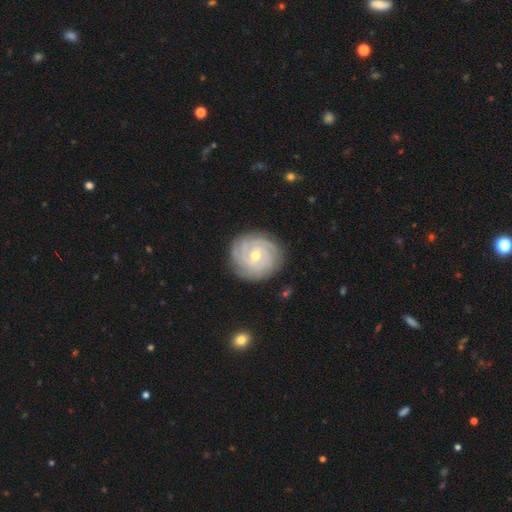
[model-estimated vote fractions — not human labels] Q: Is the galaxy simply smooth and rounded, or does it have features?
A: featured or disk — 87%.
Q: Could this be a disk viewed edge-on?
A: no — 98%.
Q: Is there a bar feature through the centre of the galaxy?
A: no — 46%.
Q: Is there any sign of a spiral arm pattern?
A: yes — 98%.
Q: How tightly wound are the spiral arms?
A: tight — 86%.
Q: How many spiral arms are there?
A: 3 — 26%.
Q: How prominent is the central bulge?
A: moderate — 50%.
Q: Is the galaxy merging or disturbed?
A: none — 86%.